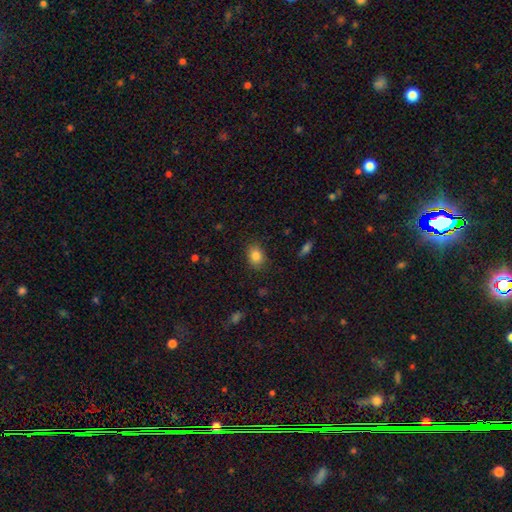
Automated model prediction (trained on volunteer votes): A smooth galaxy with no disk features (84%) that is in between round and cigar-shaped (62%). Merging: none (85%).